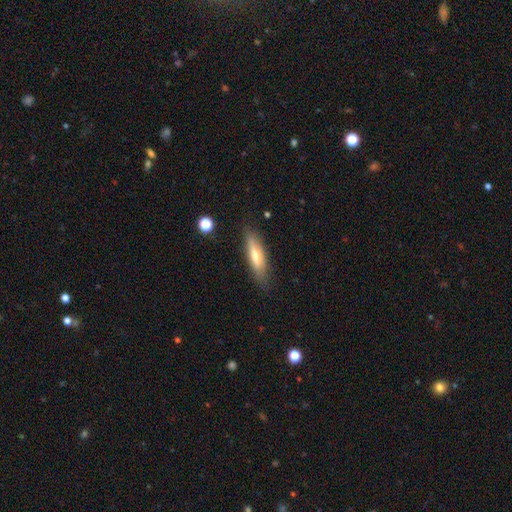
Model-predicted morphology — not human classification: smooth 53%, featured or disk 40%, star or artifact 7%. Down the decision tree: how rounded — cigar-shaped (70%); merging — none (82%).